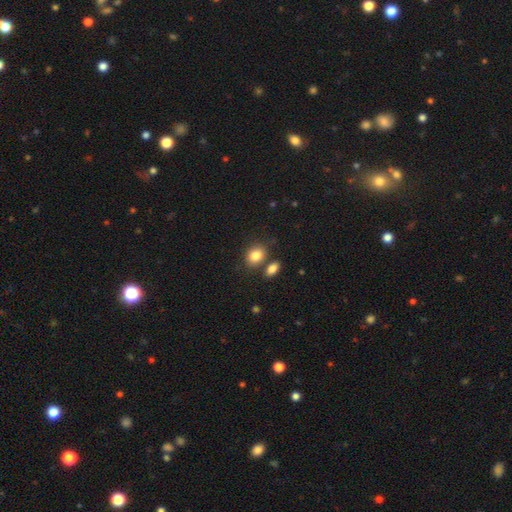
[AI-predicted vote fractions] A smooth galaxy with no disk features (84%) that is in between round and cigar-shaped (55%). Merging: none (66%).